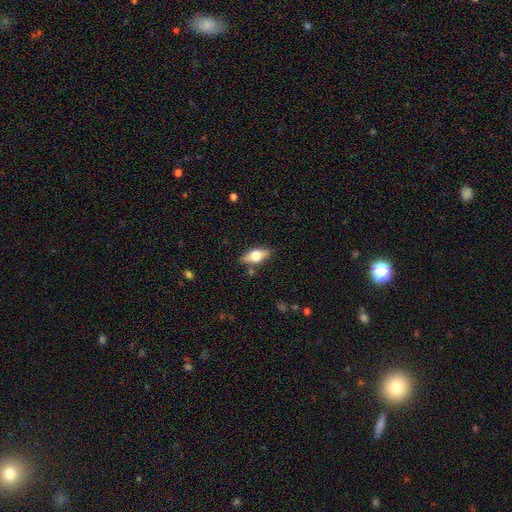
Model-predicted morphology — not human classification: A featured or disk galaxy (47%).

Vote fractions:
- Smooth or featured? featured or disk: 47% / smooth: 45% / star or artifact: 8%
- Merging? none: 81% / minor disturbance: 13% / major disturbance: 3% / merger: 3%